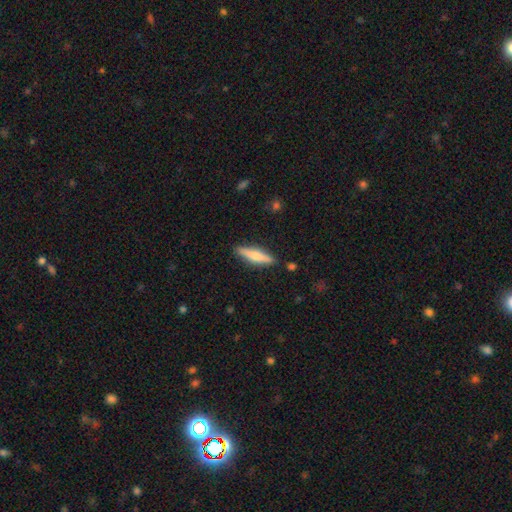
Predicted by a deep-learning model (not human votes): Morphology: type=smooth (51%); roundness=cigar-shaped (79%); merging=none (88%).